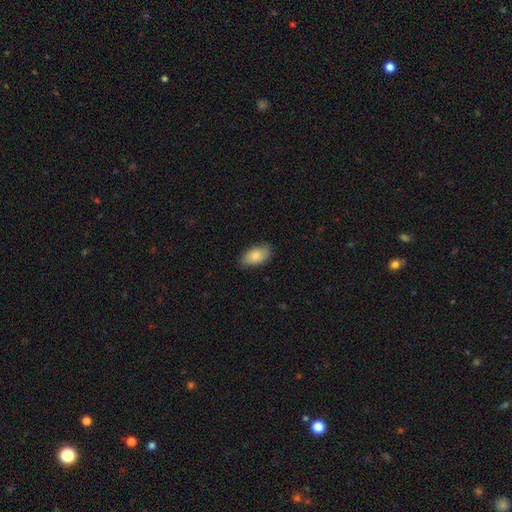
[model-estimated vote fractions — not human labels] Morphology: type=smooth (85%); roundness=in between (93%); merging=none (81%).